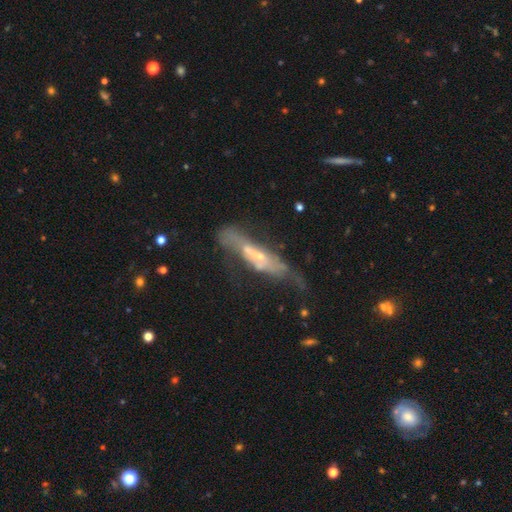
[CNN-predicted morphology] A featured or disk galaxy (65%) viewed edge-on (56%). Merging: none (36%).